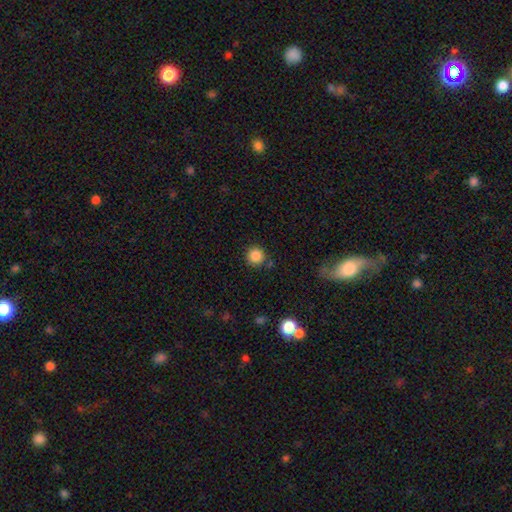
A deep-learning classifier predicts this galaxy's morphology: The model was most divided on "smooth or featured": smooth: 86%, star or artifact: 10%, featured or disk: 4%. More confident: how rounded — round (95%); merging — none (86%).